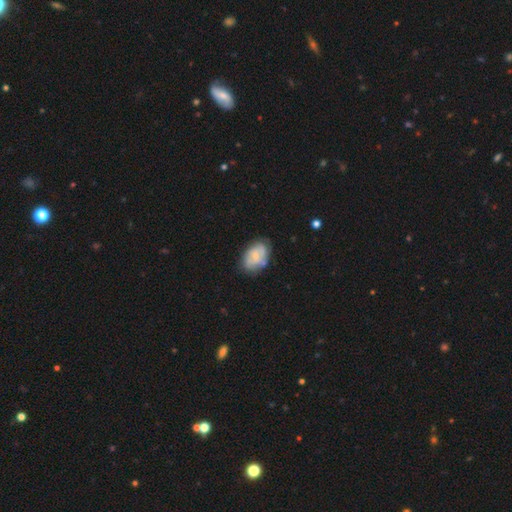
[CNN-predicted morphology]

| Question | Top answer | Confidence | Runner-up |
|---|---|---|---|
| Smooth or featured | featured or disk | 49% | smooth (44%) |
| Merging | none | 65% | minor disturbance (25%) |